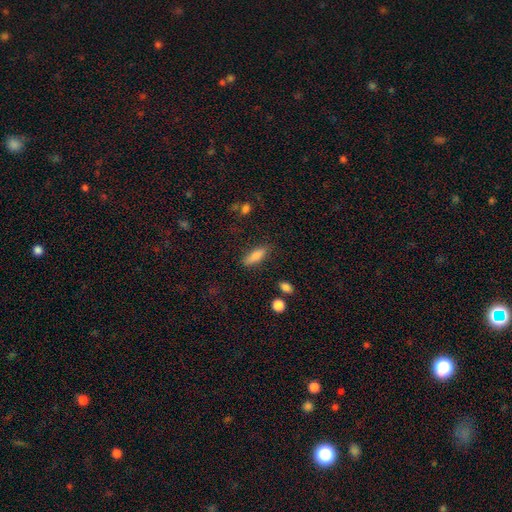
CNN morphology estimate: A smooth galaxy with no disk features (84%) that is in between round and cigar-shaped (55%). Merging: none (81%).